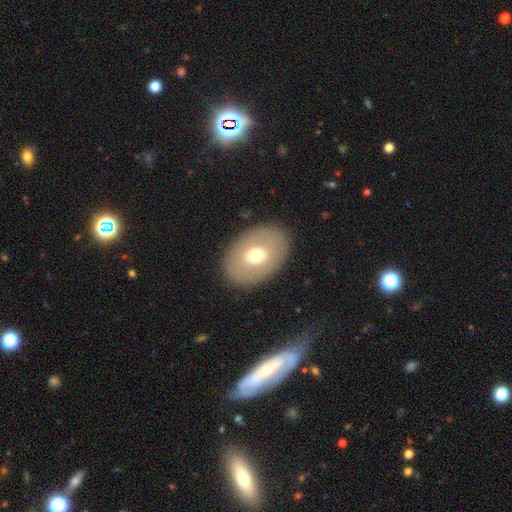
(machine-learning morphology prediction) A smooth galaxy with no disk features (60%) that is in between round and cigar-shaped (78%).

Vote fractions:
- Smooth or featured? smooth: 60% / featured or disk: 32% / star or artifact: 8%
- How rounded? in between: 78% / round: 21% / cigar-shaped: 1%
- Merging? none: 87% / minor disturbance: 8% / major disturbance: 4% / merger: 1%